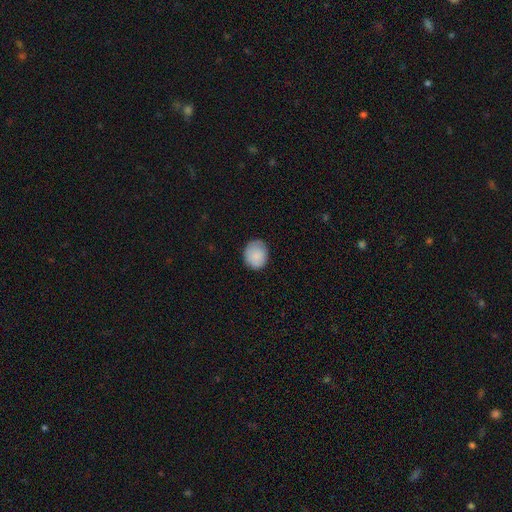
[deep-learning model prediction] Smooth or featured? Predicted: smooth (p=0.86). How rounded? Predicted: round (p=0.67). Merging? Predicted: none (p=0.77).